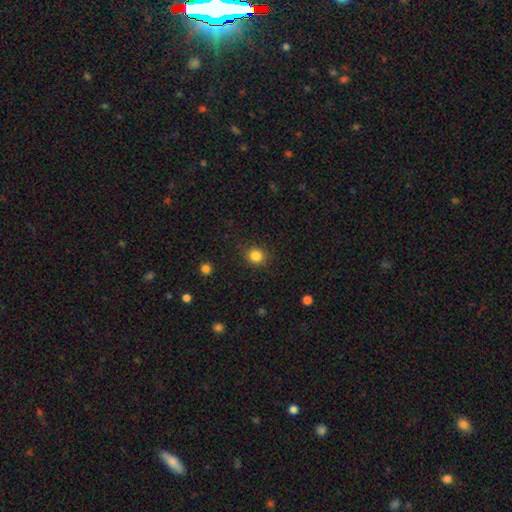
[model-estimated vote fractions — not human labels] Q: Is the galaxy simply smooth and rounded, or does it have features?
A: smooth — 84%.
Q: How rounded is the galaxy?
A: round — 84%.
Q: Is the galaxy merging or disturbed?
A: none — 87%.